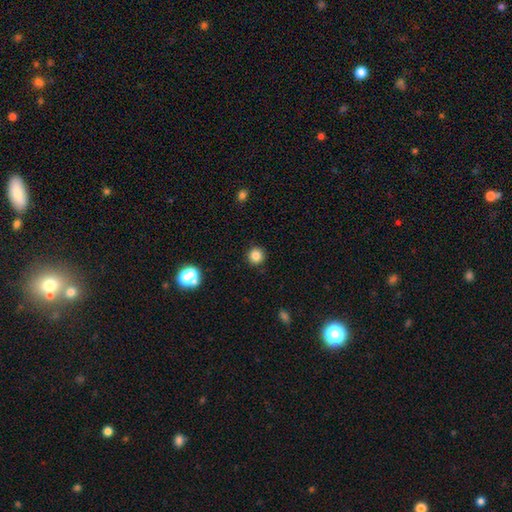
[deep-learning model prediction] Smooth or featured? Predicted: smooth (p=0.83). How rounded? Predicted: round (p=0.94). Merging? Predicted: none (p=0.91).